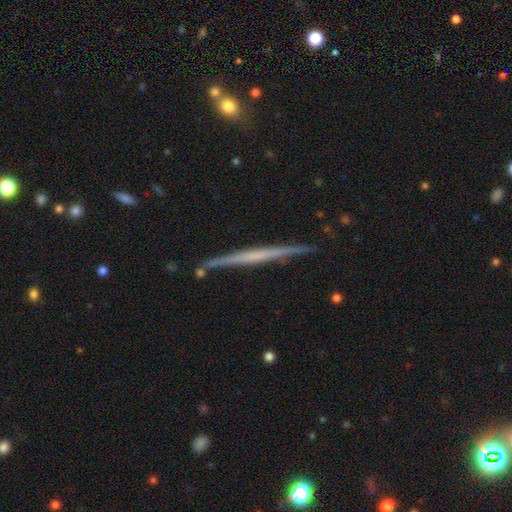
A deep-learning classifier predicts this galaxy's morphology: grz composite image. It shows a featured or disk galaxy (65%) viewed edge-on (98%) with no central bulge (78%). Merging: none (88%).